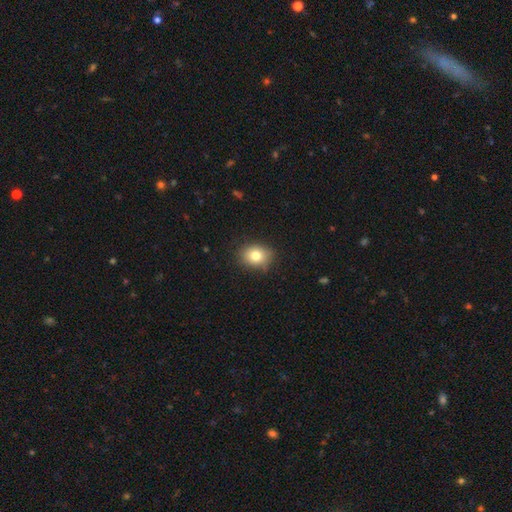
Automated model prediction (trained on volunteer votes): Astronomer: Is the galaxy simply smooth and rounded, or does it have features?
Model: smooth — 79%.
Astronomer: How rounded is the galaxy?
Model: in between — 50% (runner-up: round, 49%).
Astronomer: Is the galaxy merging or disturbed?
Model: none — 83%.